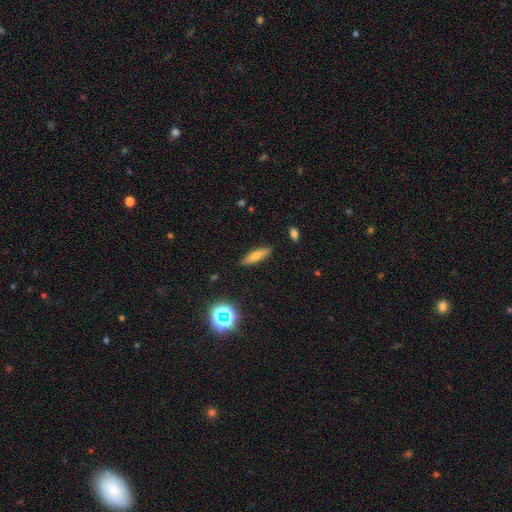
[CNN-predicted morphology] Smooth or featured?
  - smooth: 58% *
  - featured or disk: 31%
  - star or artifact: 11%
How rounded?
  - cigar-shaped: 69% *
  - in between: 28%
  - round: 3%
Merging?
  - none: 88% *
  - minor disturbance: 8%
  - major disturbance: 2%
  - merger: 1%